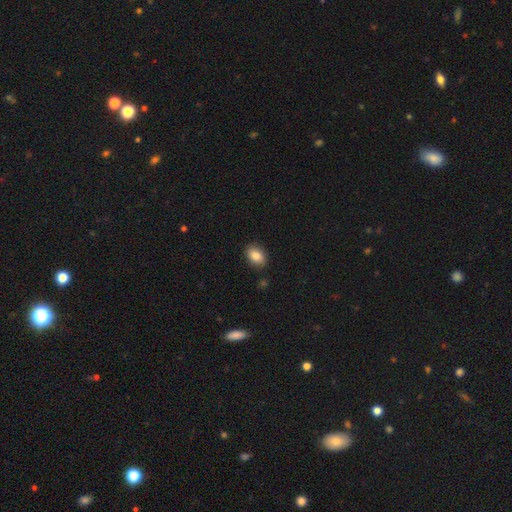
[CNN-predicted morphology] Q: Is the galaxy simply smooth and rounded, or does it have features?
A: smooth — 84%.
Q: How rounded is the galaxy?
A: in between — 78%.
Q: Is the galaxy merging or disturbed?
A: none — 86%.